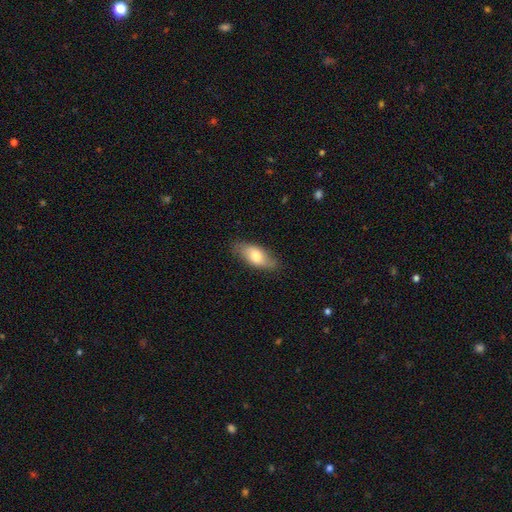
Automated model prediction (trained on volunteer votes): Smooth or featured?
  - smooth: 71% *
  - featured or disk: 23%
  - star or artifact: 6%
How rounded?
  - in between: 84% *
  - cigar-shaped: 13%
  - round: 3%
Merging?
  - none: 79% *
  - minor disturbance: 16%
  - major disturbance: 3%
  - merger: 1%